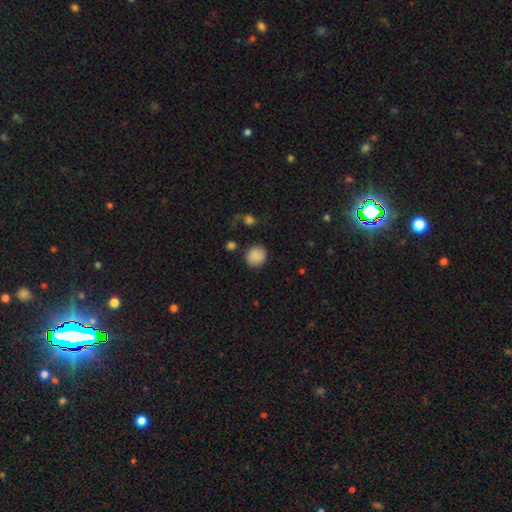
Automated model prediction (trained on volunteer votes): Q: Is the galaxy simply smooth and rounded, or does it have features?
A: smooth — 87%.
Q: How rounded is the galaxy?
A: round — 90%.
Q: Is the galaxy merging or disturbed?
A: none — 84%.